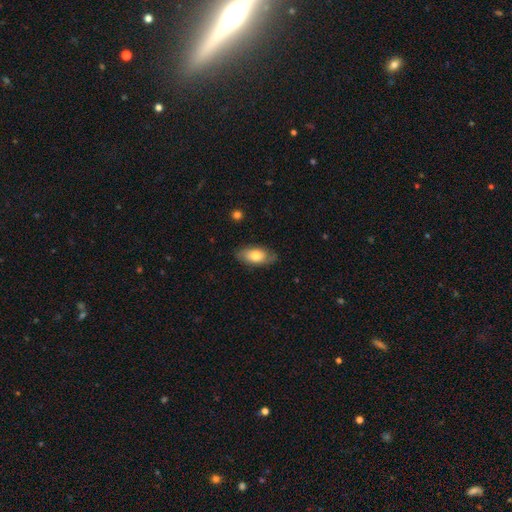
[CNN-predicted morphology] Smooth or featured: smooth — 69% (featured or disk — 25%)
How rounded: in between — 90% (cigar-shaped — 6%)
Merging: none — 79% (minor disturbance — 17%)